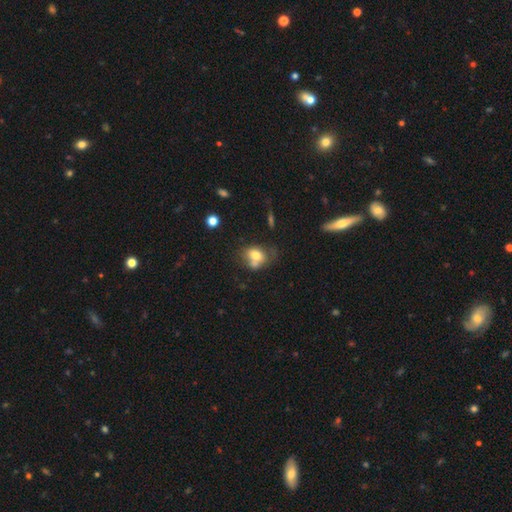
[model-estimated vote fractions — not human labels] Smooth or featured? Predicted: smooth (p=0.70). How rounded? Predicted: in between (p=0.56). Merging? Predicted: none (p=0.37).